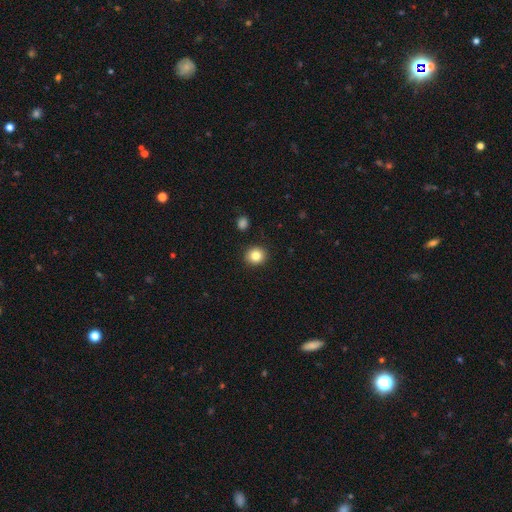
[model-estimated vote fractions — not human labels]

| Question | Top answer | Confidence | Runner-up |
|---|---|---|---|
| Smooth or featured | smooth | 84% | star or artifact (10%) |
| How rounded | round | 87% | in between (12%) |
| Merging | none | 91% | minor disturbance (6%) |